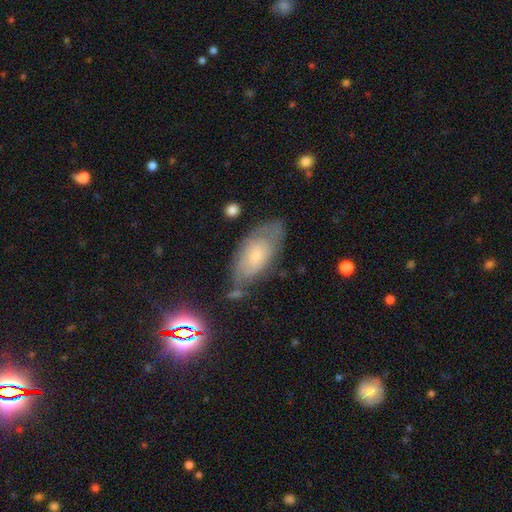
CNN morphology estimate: This is possibly a featured or disk galaxy (52%). It is clearly not viewed edge-on (90%). Merging: possibly none (56%).